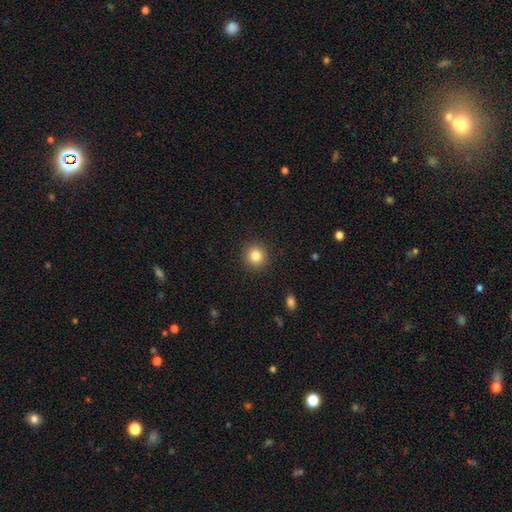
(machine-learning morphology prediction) type=smooth (83%); roundness=round (93%); merging=none (91%).